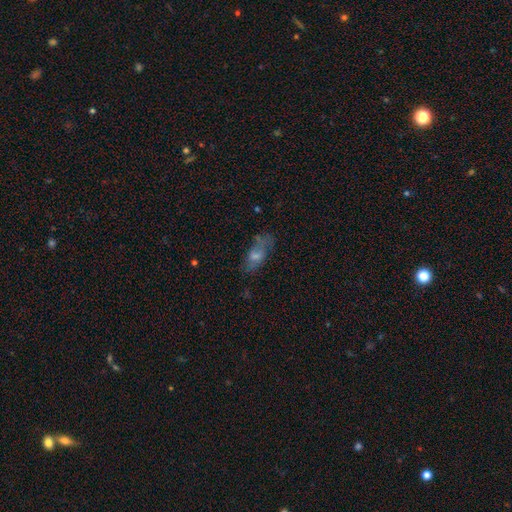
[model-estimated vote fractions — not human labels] This is possibly a smooth galaxy (47%). Merging: possibly none (59%).